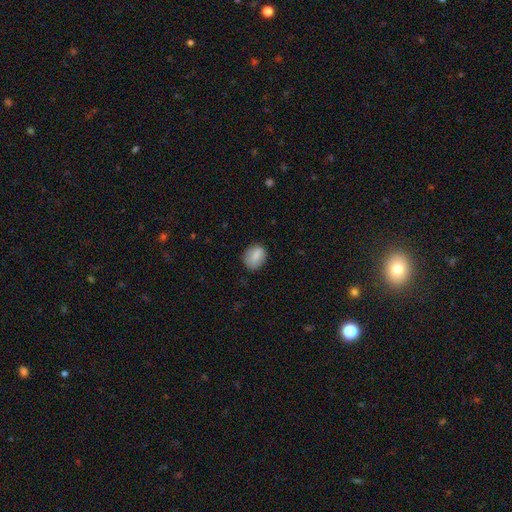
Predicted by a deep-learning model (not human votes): This appears to be a smooth galaxy with no disk features (81%) that is in between round and cigar-shaped (62%). Merging: none (79%).